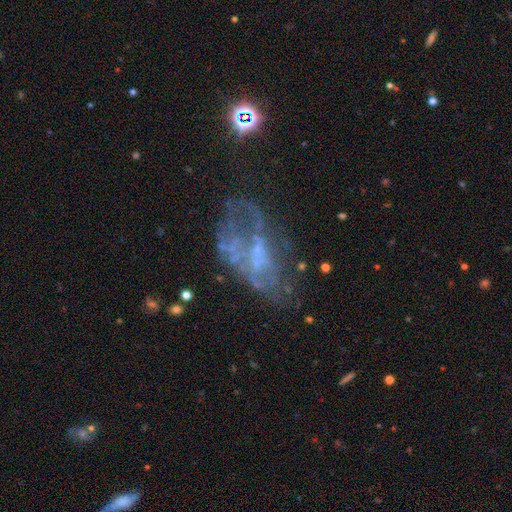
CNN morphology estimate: A featured or disk galaxy (66%) with no bar (75%), no spiral arms (71%) and no central bulge (56%).

Vote fractions:
- Smooth or featured? featured or disk: 66% / smooth: 18% / star or artifact: 16%
- Edge-on disk? no: 96% / yes: 4%
- Bar? no: 75% / weak: 19% / strong: 5%
- Spiral arms? no: 71% / yes: 29%
- Bulge size? none: 56% / small: 32% / moderate: 10% / large: 2% / dominant: 1%
- Merging? none: 38% / major disturbance: 34% / minor disturbance: 20% / merger: 8%